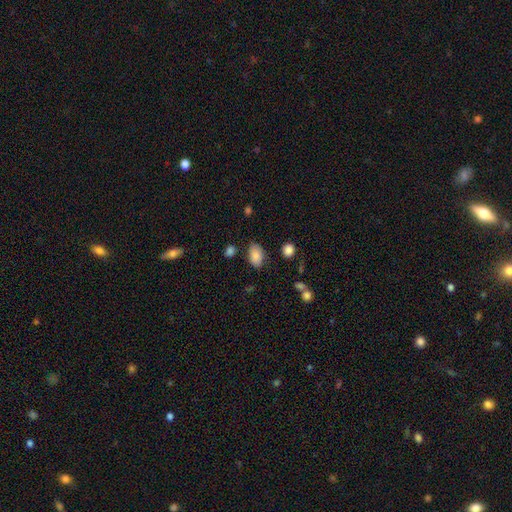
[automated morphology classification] The model was most divided on "merging": none: 76%, minor disturbance: 16%, major disturbance: 4%, merger: 4%. More confident: how rounded — in between (92%); smooth or featured — smooth (85%).